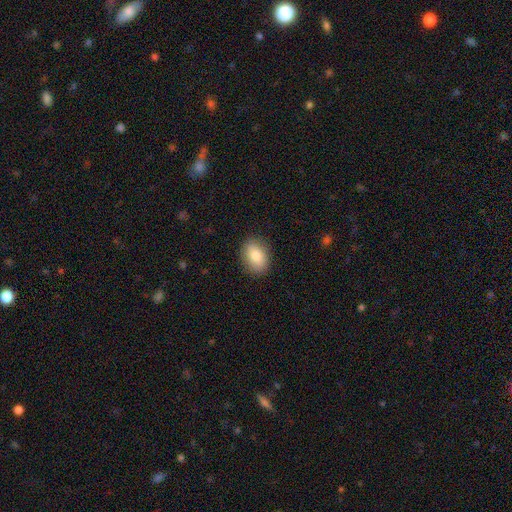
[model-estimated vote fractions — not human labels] The model was most divided on "how rounded": in between: 80%, round: 19%, cigar-shaped: 1%. More confident: merging — none (88%); smooth or featured — smooth (83%).